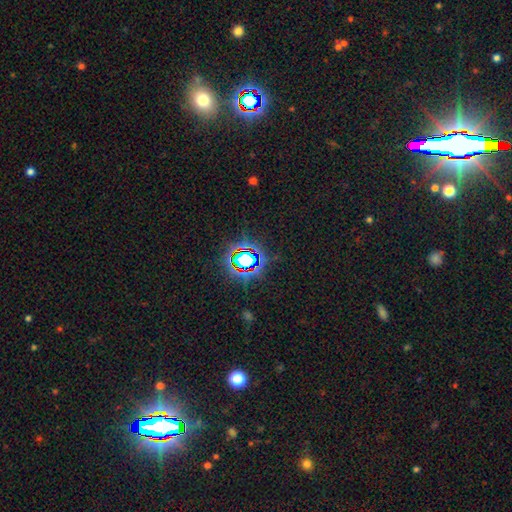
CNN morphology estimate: The model was most divided on "smooth or featured": star or artifact: 80%, smooth: 12%, featured or disk: 8%.